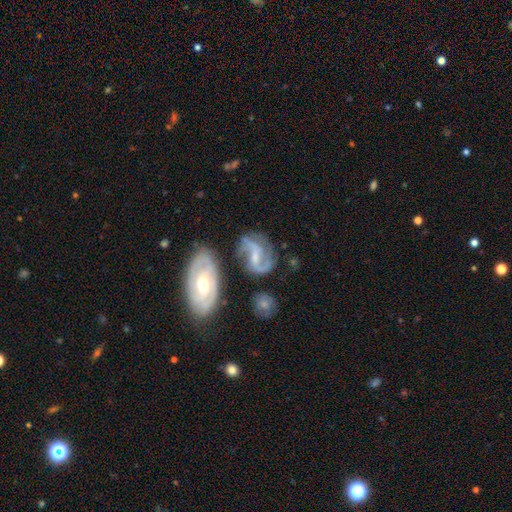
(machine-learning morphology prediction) A featured or disk galaxy (84%) with a weak bar (50%), 2 (86%) medium (44%) spiral arms (94%) and a small central bulge (49%).

Vote fractions:
- Smooth or featured? featured or disk: 84% / smooth: 10% / star or artifact: 6%
- Edge-on disk? no: 97% / yes: 3%
- Bar? weak: 50% / no: 27% / strong: 23%
- Spiral arms? yes: 94% / no: 6%
- Spiral winding? medium: 44% / loose: 43% / tight: 12%
- Spiral arm count? 2: 86% / can't tell: 5% / 3: 3% / 1: 3% / 4: 1% / more than 4: 1%
- Bulge size? small: 49% / moderate: 36% / none: 11% / large: 3% / dominant: 1%
- Merging? none: 60% / minor disturbance: 19% / major disturbance: 11% / merger: 10%